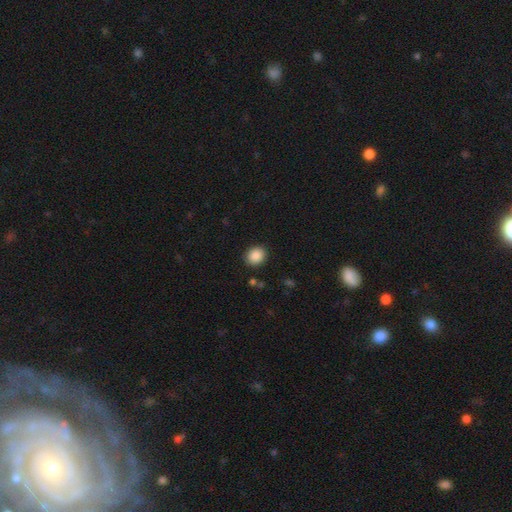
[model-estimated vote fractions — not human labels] This is clearly a smooth galaxy (88%). How rounded: likely round (65%). Merging: clearly none (89%).